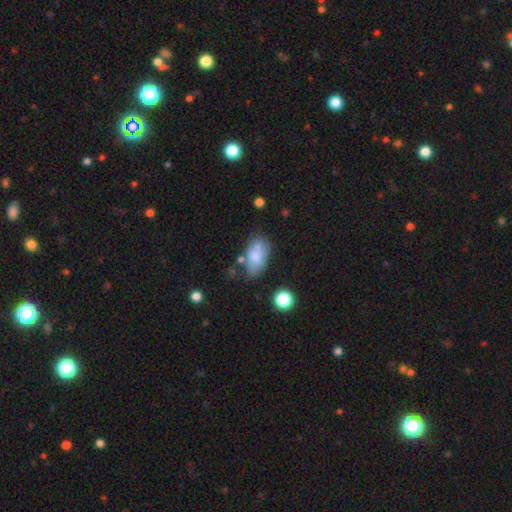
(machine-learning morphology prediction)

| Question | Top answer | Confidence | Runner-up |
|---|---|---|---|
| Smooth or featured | smooth | 71% | featured or disk (21%) |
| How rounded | in between | 92% | round (5%) |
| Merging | none | 54% | minor disturbance (25%) |